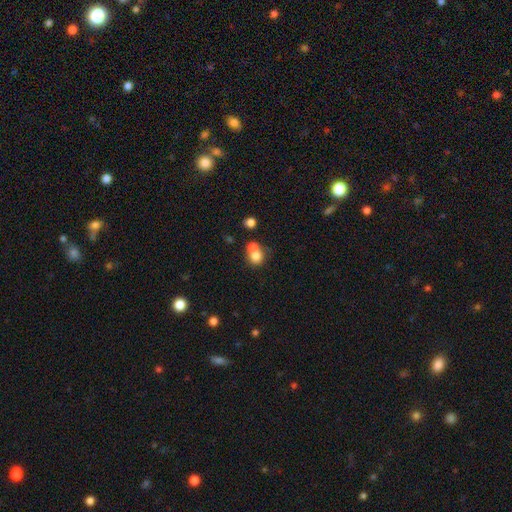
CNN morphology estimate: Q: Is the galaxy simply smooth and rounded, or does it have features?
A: smooth — 76%.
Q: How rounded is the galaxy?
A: round — 84%.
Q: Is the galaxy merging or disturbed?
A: merger — 50%.